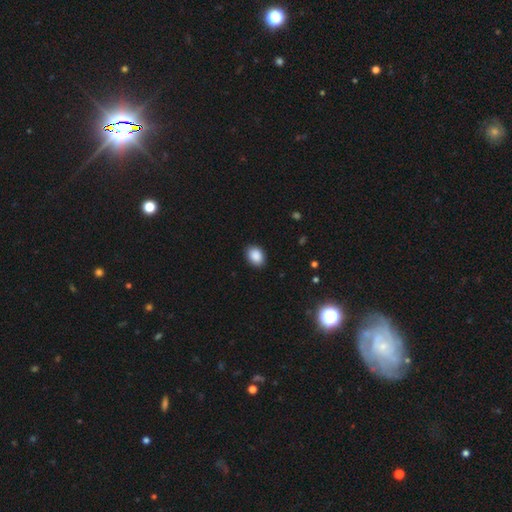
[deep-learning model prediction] Smooth or featured? smooth (89%)
How rounded? in between (76%)
Merging? none (89%)